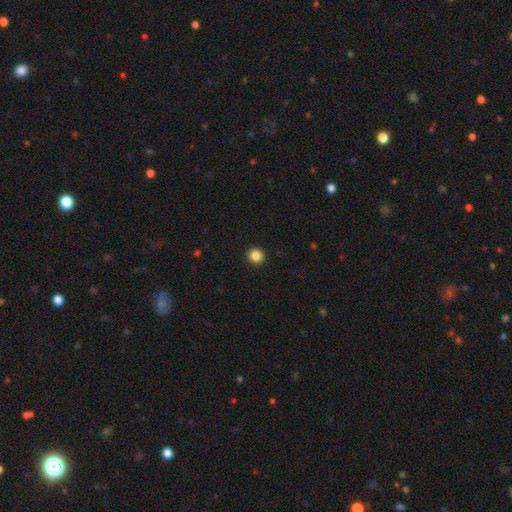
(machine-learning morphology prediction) Smooth or featured? Predicted: smooth (p=0.86). How rounded? Predicted: round (p=0.93). Merging? Predicted: none (p=0.93).